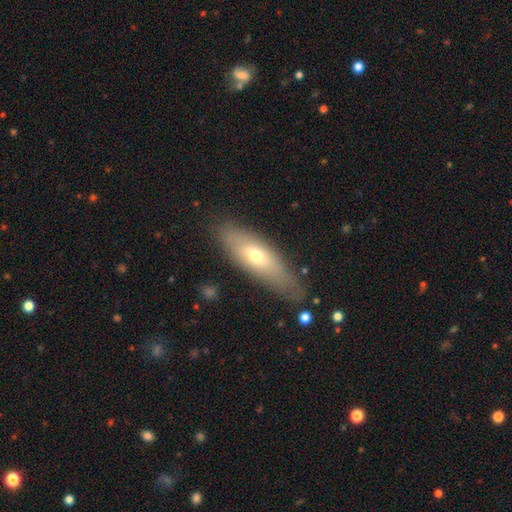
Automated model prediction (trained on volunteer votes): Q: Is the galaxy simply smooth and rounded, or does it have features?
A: smooth — 58%.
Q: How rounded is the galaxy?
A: in between — 50%.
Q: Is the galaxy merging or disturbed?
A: none — 75%.